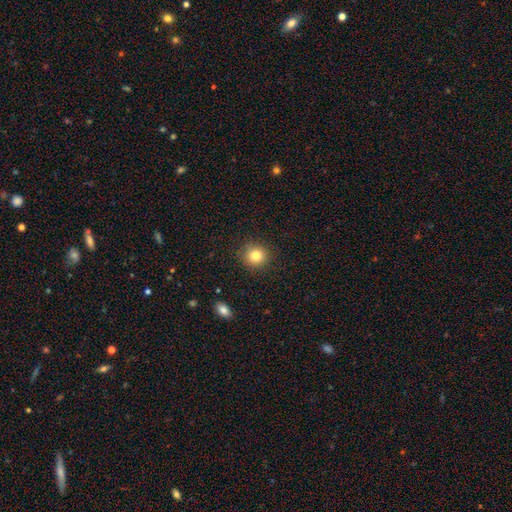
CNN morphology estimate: This appears to be a smooth galaxy with no disk features (82%) that is round (89%). Merging: none (89%).